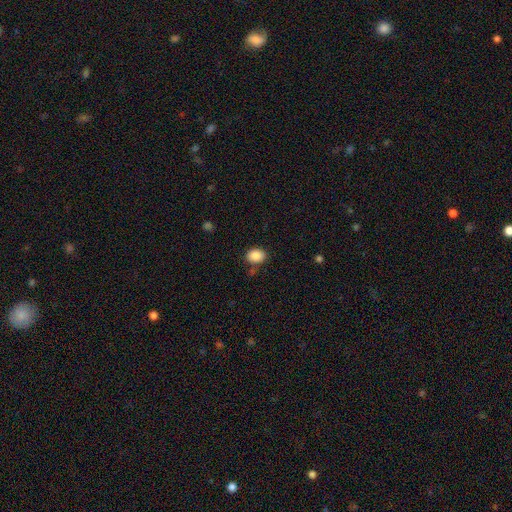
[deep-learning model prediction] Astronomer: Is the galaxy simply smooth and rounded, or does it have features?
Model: smooth — 88%.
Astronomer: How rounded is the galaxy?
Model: in between — 61% (runner-up: round, 38%).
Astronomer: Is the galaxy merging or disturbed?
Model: none — 80%.